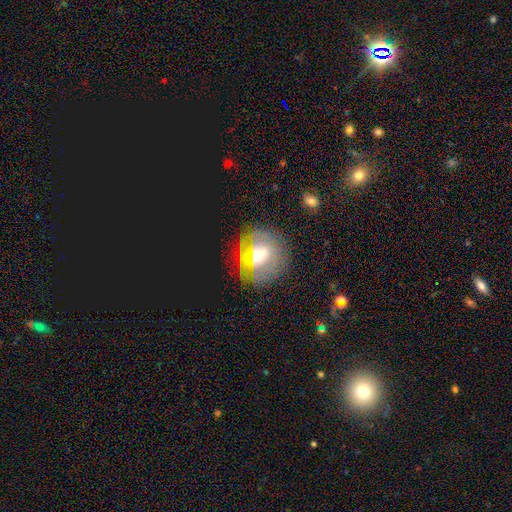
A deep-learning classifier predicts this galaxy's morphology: Smooth or featured?
  - featured or disk: 43% *
  - smooth: 36%
  - star or artifact: 21%
Merging?
  - none: 77% *
  - minor disturbance: 14%
  - major disturbance: 7%
  - merger: 3%